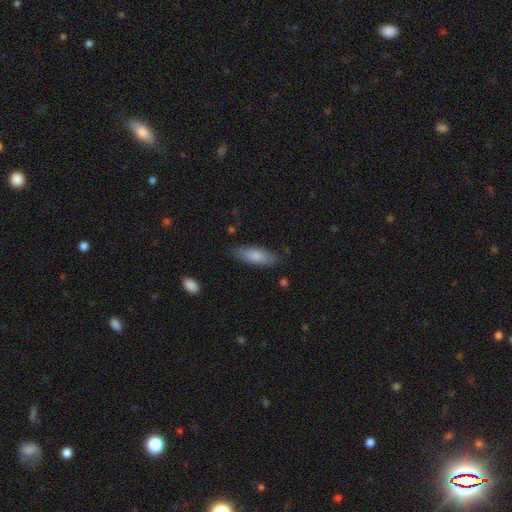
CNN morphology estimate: Smooth or featured?
  - smooth: 82% *
  - featured or disk: 12%
  - star or artifact: 6%
How rounded?
  - in between: 59% *
  - cigar-shaped: 39%
  - round: 2%
Merging?
  - none: 82% *
  - minor disturbance: 14%
  - major disturbance: 3%
  - merger: 1%